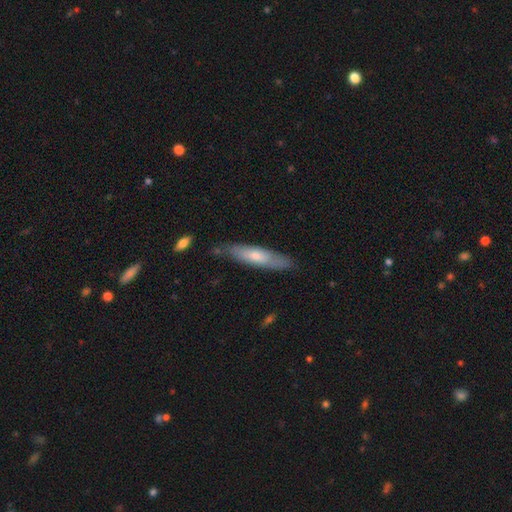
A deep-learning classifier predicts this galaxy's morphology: type=smooth (55%); roundness=cigar-shaped (81%); merging=none (79%).